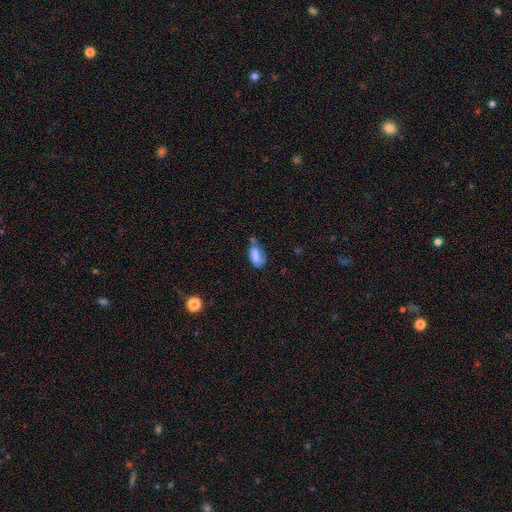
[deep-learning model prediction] smooth_or_featured: smooth (p=0.75) [alt: featured or disk p=0.16]
how_rounded: in between (p=0.88) [alt: cigar-shaped p=0.08]
merging: minor disturbance (p=0.36) [alt: none p=0.34]